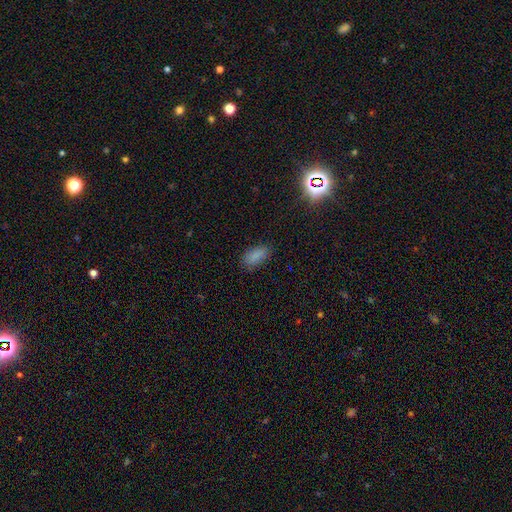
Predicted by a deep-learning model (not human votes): Smooth or featured? smooth (84%)
How rounded? in between (89%)
Merging? none (82%)